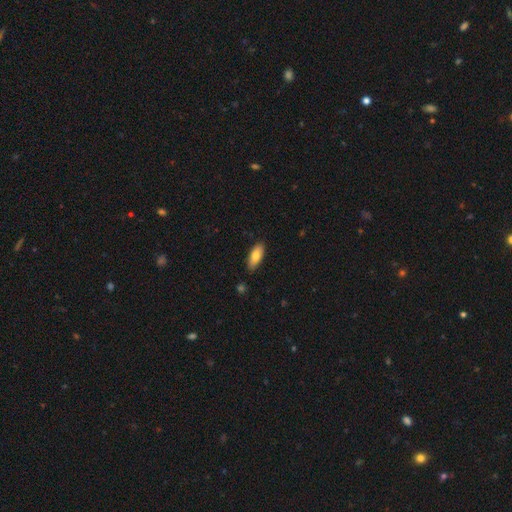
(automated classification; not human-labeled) A smooth galaxy with no disk features (78%) that is in between round and cigar-shaped (80%). Merging: none (87%).